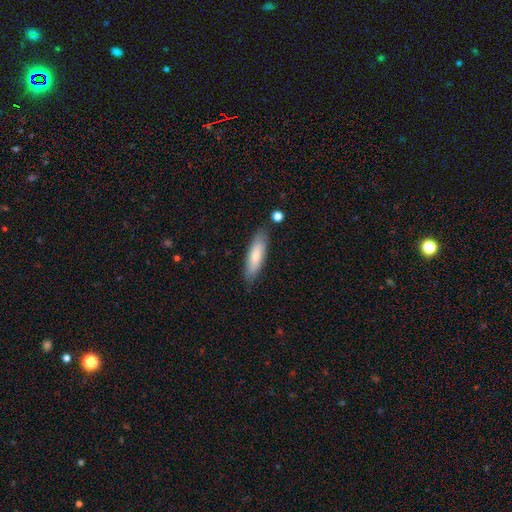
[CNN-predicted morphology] Overall: smooth (75%). How rounded: cigar-shaped (62%; in between 37%). Merging: none (81%).